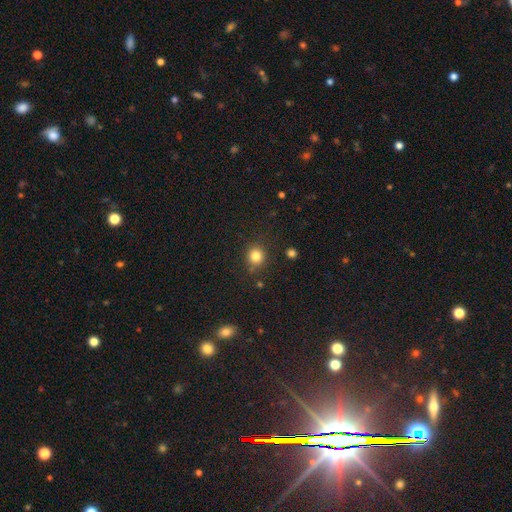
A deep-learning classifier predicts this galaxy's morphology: smooth 82%, star or artifact 12%, featured or disk 5%. Down the decision tree: how rounded — round (88%); merging — none (83%).